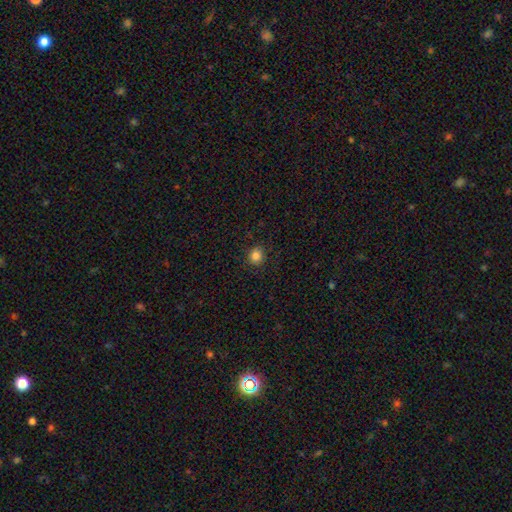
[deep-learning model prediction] Overall: smooth (84%). How rounded: round (79%). Merging: none (88%).